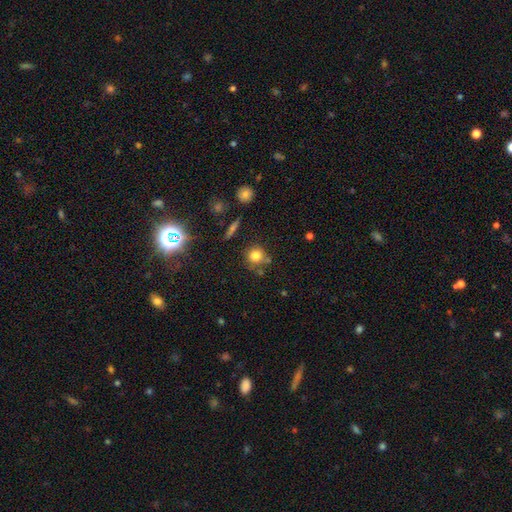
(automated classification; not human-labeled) Morphology: type=smooth (76%); roundness=round (88%); merging=none (69%).